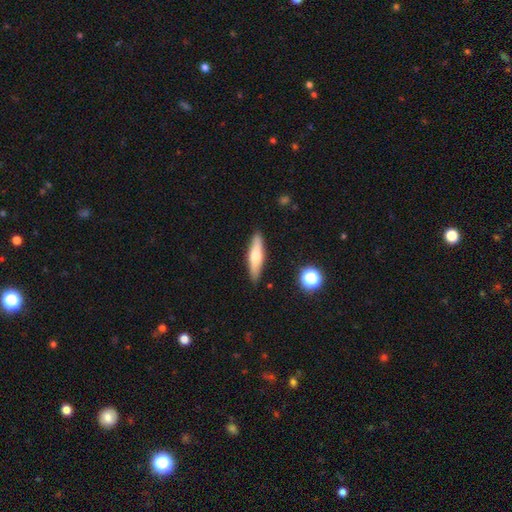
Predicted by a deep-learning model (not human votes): Smooth or featured? Predicted: smooth (p=0.53). How rounded? Predicted: cigar-shaped (p=0.75). Merging? Predicted: none (p=0.87).